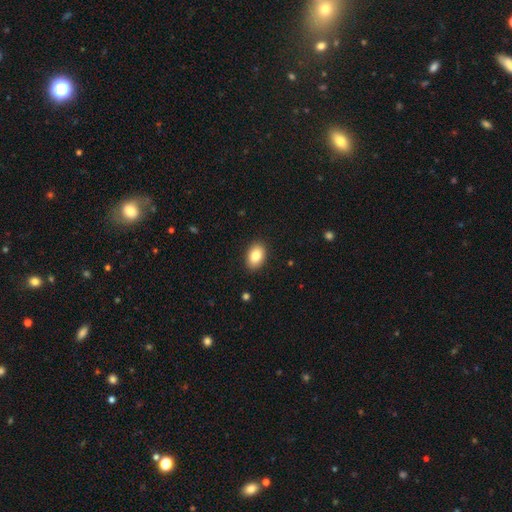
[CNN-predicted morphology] Smooth or featured? Predicted: smooth (p=0.85). How rounded? Predicted: in between (p=0.86). Merging? Predicted: none (p=0.89).